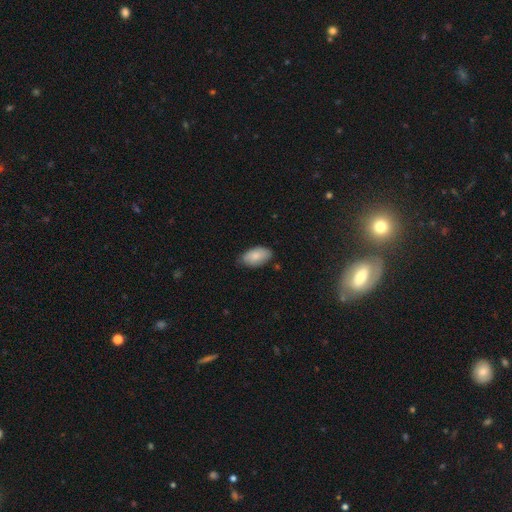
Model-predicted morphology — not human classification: Smooth or featured?
  - smooth: 83% *
  - featured or disk: 11%
  - star or artifact: 6%
How rounded?
  - in between: 95% *
  - round: 3%
  - cigar-shaped: 2%
Merging?
  - none: 73% *
  - minor disturbance: 23%
  - major disturbance: 3%
  - merger: 1%